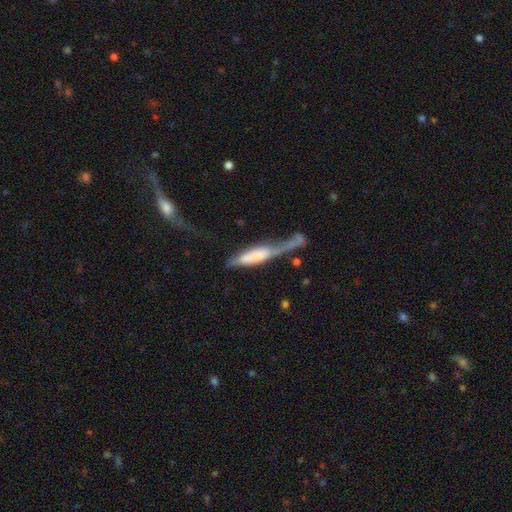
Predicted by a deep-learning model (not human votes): This is possibly a smooth galaxy (51%). How rounded: likely cigar-shaped (70%). Merging: marginally major disturbance (40%).